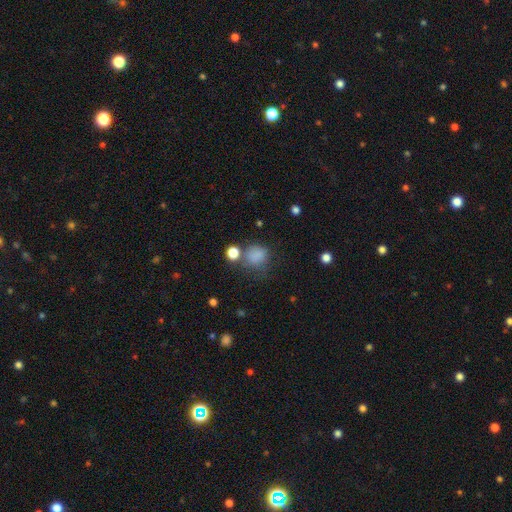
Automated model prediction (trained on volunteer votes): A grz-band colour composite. It shows a smooth galaxy with no disk features (79%) that is round (77%). Merging: none (58%).